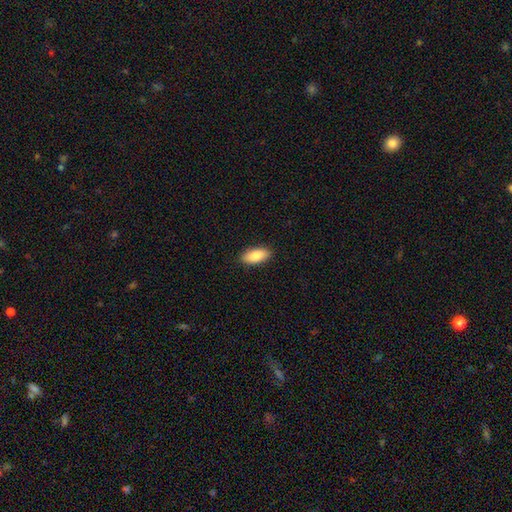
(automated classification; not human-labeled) The model was most divided on "how rounded": in between: 87%, cigar-shaped: 11%, round: 2%. More confident: merging — none (89%); smooth or featured — smooth (86%).